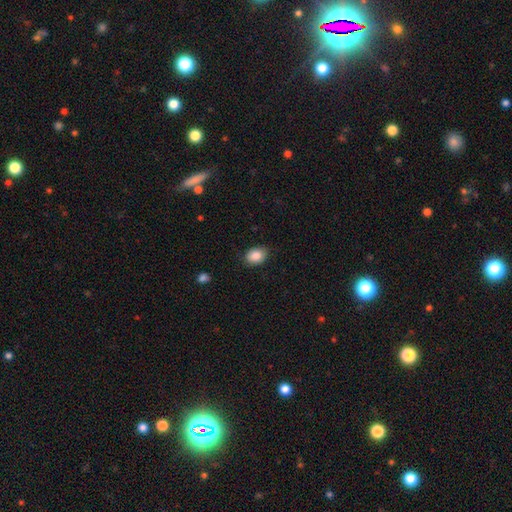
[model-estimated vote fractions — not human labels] This appears to be a smooth galaxy with no disk features (87%) that is in between round and cigar-shaped (73%). Merging: none (82%).